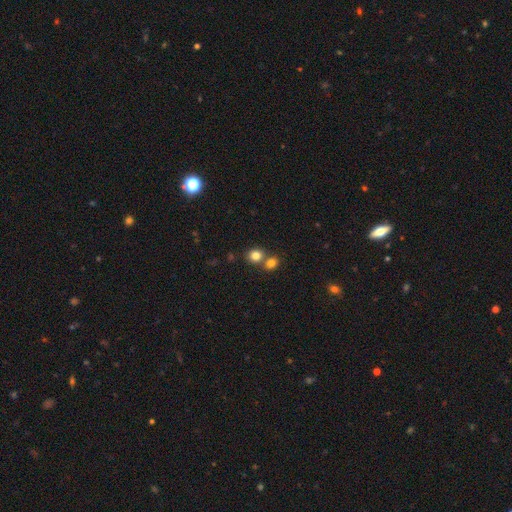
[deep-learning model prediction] Smooth or featured? Predicted: smooth (p=0.82). How rounded? Predicted: round (p=0.73). Merging? Predicted: none (p=0.55).